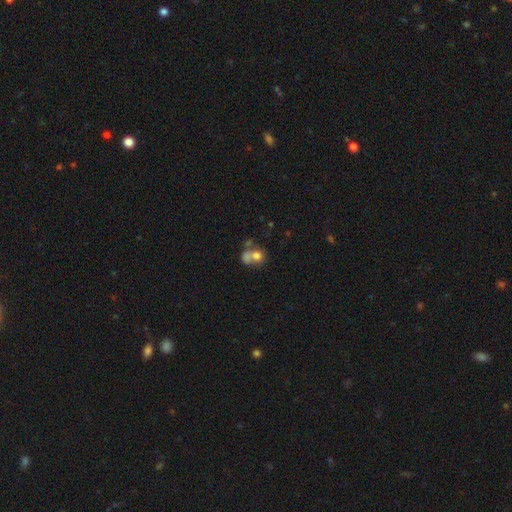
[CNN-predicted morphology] smooth_or_featured: smooth (p=0.67) [alt: featured or disk p=0.21]
how_rounded: round (p=0.59) [alt: in between p=0.40]
merging: merger (p=0.53) [alt: none p=0.25]